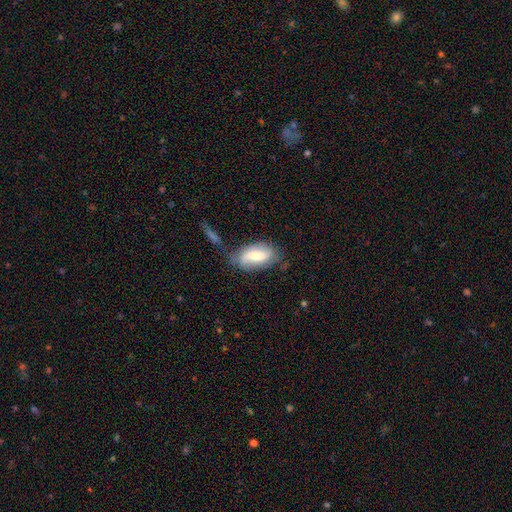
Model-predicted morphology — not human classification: A featured or disk galaxy (47%).

Vote fractions:
- Smooth or featured? featured or disk: 47% / smooth: 46% / star or artifact: 7%
- Merging? none: 53% / minor disturbance: 25% / merger: 11% / major disturbance: 10%